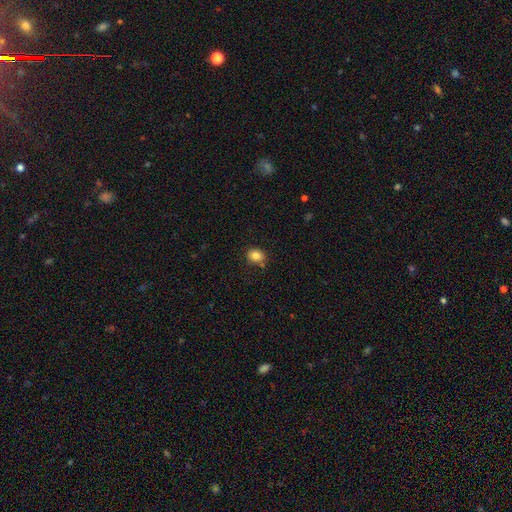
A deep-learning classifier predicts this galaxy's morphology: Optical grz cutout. It shows a smooth galaxy with no disk features (84%) that is round (57%). Merging: none (79%).